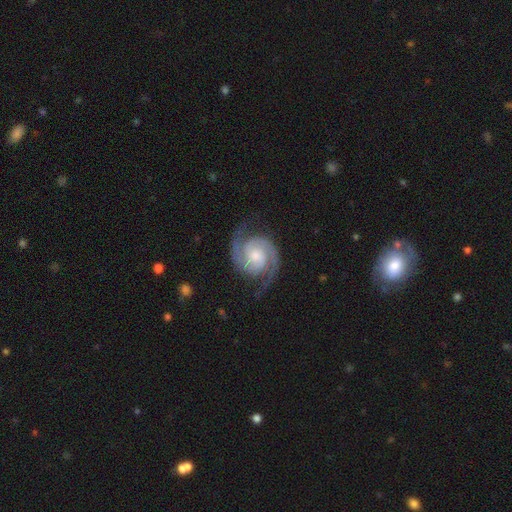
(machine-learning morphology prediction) featured or disk 93%, star or artifact 4%, smooth 4%. Down the decision tree: edge-on disk — no (98%); bar — no (65%); spiral arms — yes (99%); spiral arm count — 2 (93%); spiral winding — medium (47%); bulge size — moderate (52%); merging — none (80%).